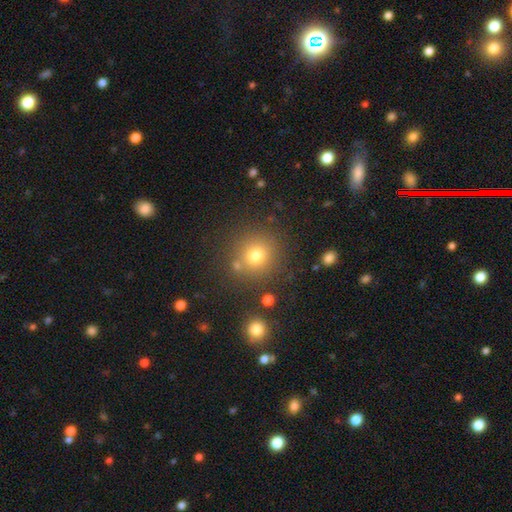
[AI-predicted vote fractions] smooth 75%, star or artifact 17%, featured or disk 9%. Down the decision tree: how rounded — round (91%); merging — none (82%).